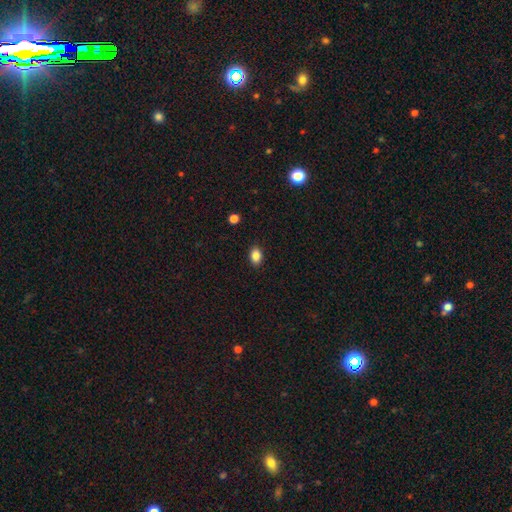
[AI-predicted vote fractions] Smooth or featured: smooth — 87% (star or artifact — 9%)
How rounded: in between — 82% (round — 16%)
Merging: none — 90% (minor disturbance — 7%)